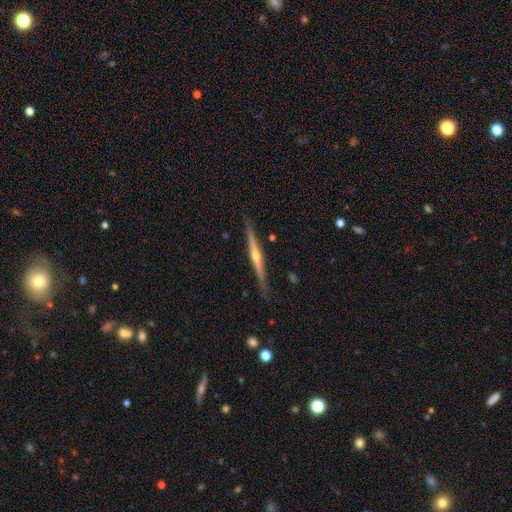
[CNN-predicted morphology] This appears to be a featured or disk galaxy (81%) viewed edge-on (98%) with a rounded central bulge (86%). Merging: none (89%).